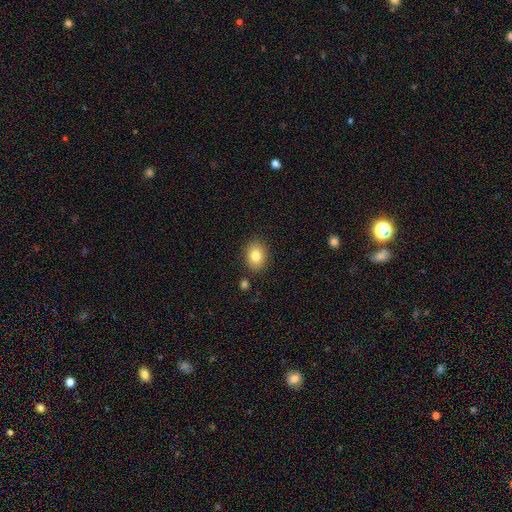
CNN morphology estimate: Smooth or featured? smooth (82%)
How rounded? in between (56%)
Merging? none (85%)